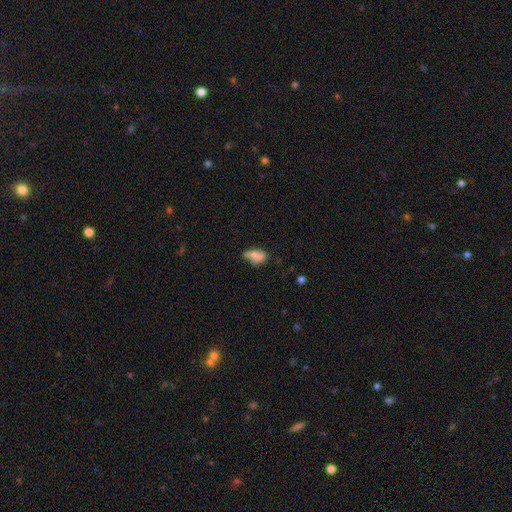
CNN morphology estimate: smooth_or_featured: smooth (p=0.64) [alt: featured or disk p=0.25]
how_rounded: in between (p=0.85) [alt: round p=0.10]
merging: none (p=0.36) [alt: minor disturbance p=0.26]